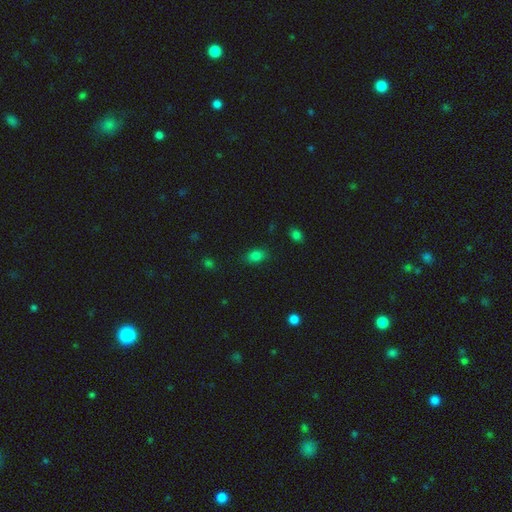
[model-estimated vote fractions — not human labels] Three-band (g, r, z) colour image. It shows a smooth galaxy with no disk features (81%) that is in between round and cigar-shaped (81%). Merging: none (80%).